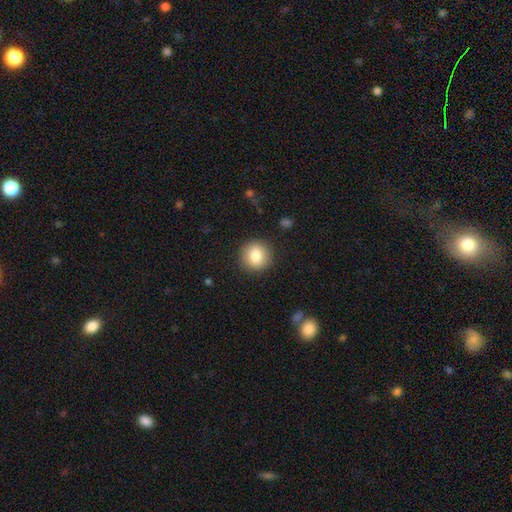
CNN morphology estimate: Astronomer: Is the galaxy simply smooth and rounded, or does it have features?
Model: smooth — 83%.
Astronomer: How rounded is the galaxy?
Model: round — 94%.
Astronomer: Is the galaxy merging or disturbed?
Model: none — 91%.